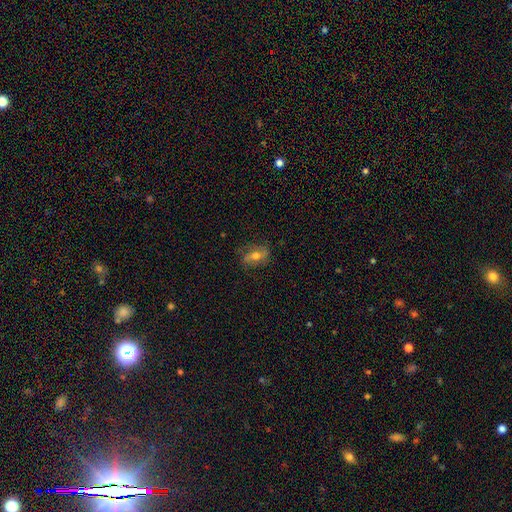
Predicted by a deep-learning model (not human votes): Smooth or featured? featured or disk (49%)
Merging? none (74%)